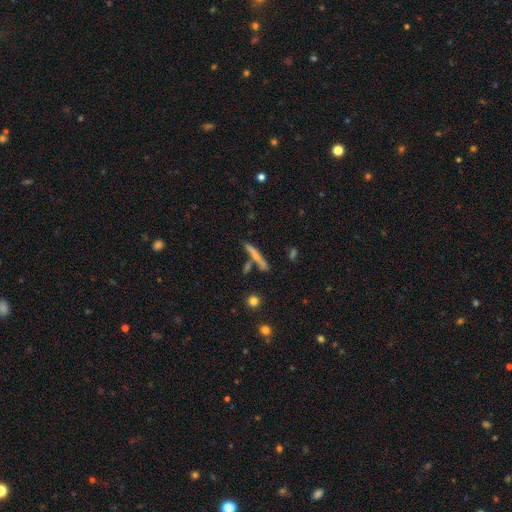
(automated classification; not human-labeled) Q: Smooth or featured?
A: smooth (57%); runner-up: featured or disk (35%)
Q: How rounded?
A: cigar-shaped (92%); runner-up: in between (5%)
Q: Merging?
A: none (71%); runner-up: merger (14%)